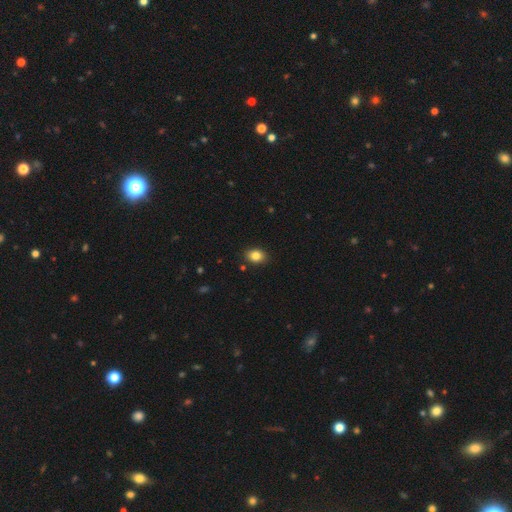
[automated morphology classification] Smooth or featured: smooth — 84% (star or artifact — 10%)
How rounded: in between — 67% (round — 32%)
Merging: none — 87% (minor disturbance — 9%)